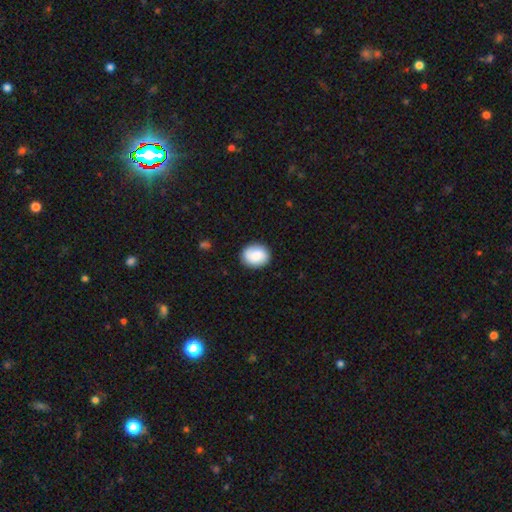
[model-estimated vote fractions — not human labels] This appears to be a smooth galaxy with no disk features (76%) that is round (58%). Merging: none (85%).